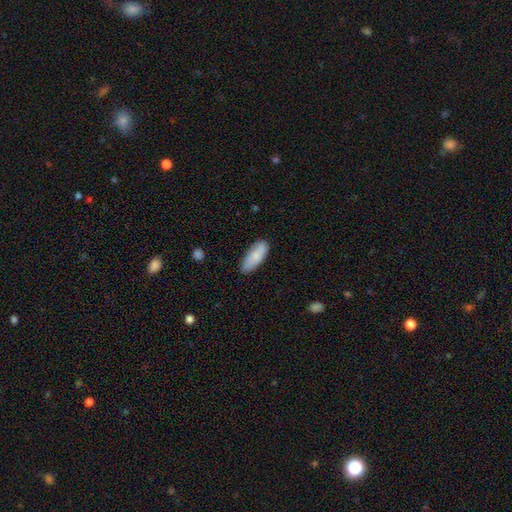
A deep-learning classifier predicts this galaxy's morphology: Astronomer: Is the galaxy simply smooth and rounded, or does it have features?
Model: smooth — 80%.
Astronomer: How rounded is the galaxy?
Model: in between — 77%.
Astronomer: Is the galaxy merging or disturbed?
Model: none — 71%.